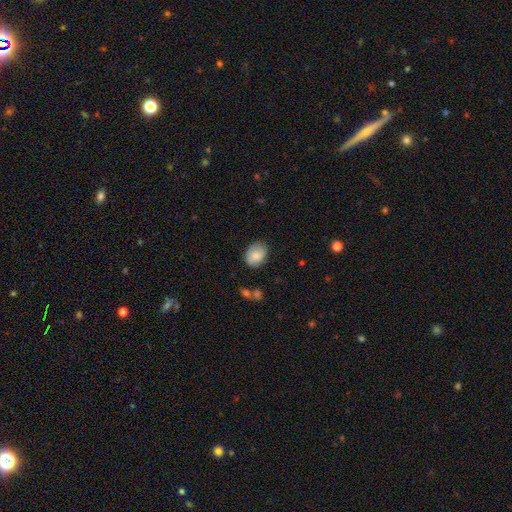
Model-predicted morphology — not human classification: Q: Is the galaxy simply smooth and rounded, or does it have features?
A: smooth — 84%.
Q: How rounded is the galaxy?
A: in between — 69%.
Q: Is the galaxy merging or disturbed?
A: none — 78%.